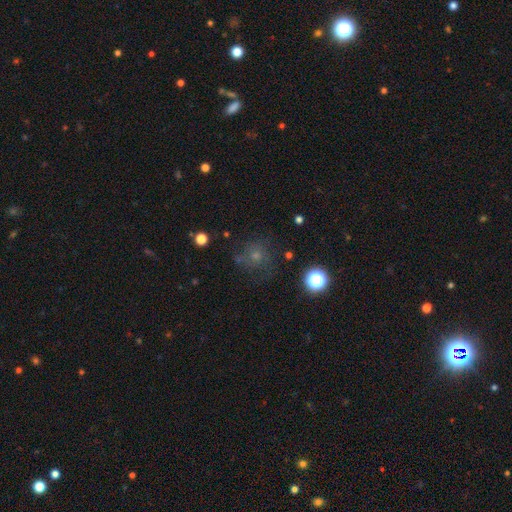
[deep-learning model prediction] This appears to be a smooth galaxy with no disk features (53%) that is round (87%). Merging: none (66%).